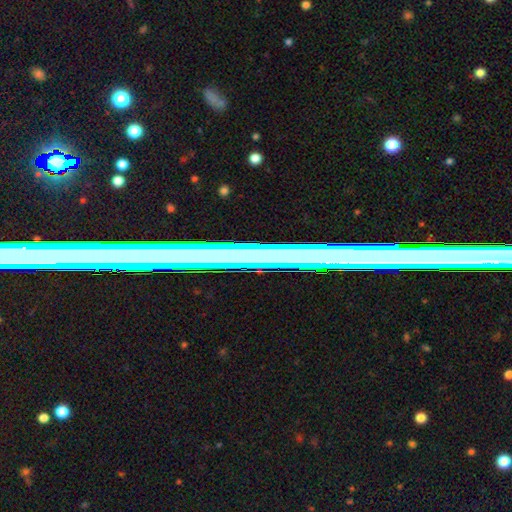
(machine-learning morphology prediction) Smooth or featured?
  - featured or disk: 47% *
  - star or artifact: 38%
  - smooth: 15%
Merging?
  - none: 90% *
  - minor disturbance: 6%
  - merger: 2%
  - major disturbance: 2%